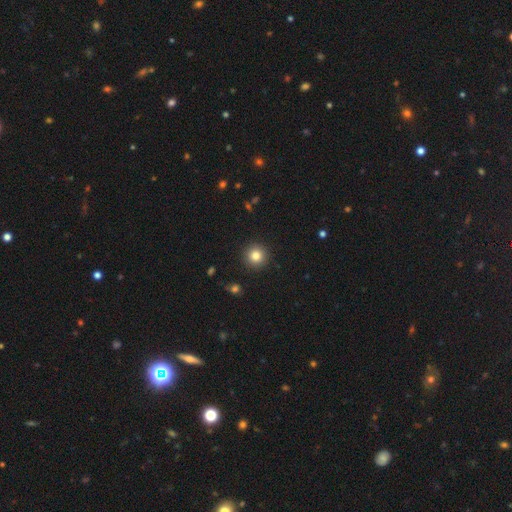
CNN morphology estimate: type=smooth (83%); roundness=round (95%); merging=none (91%).